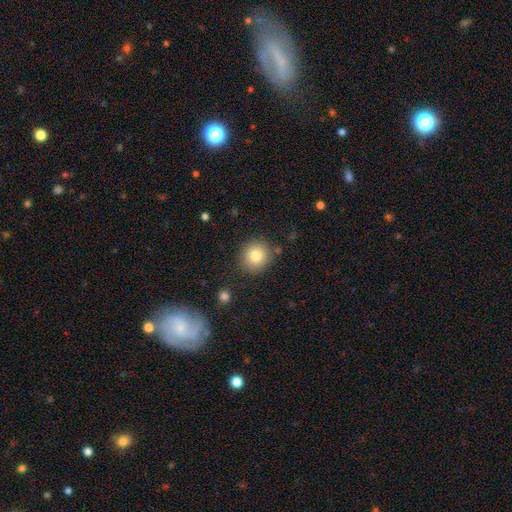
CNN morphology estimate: A smooth galaxy with no disk features (81%) that is round (89%). Merging: none (86%).